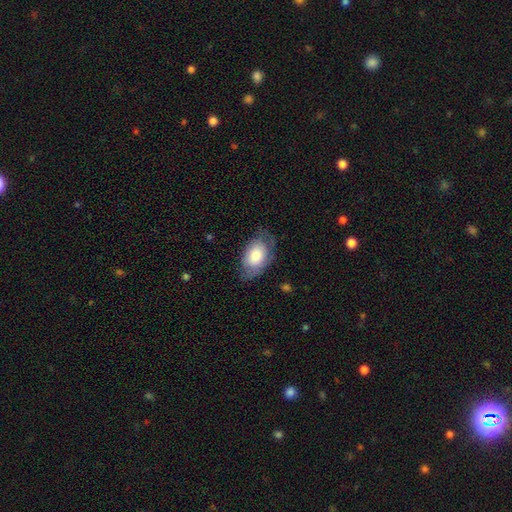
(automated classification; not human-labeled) Smooth or featured? Predicted: smooth (p=0.68). How rounded? Predicted: in between (p=0.91). Merging? Predicted: none (p=0.62).